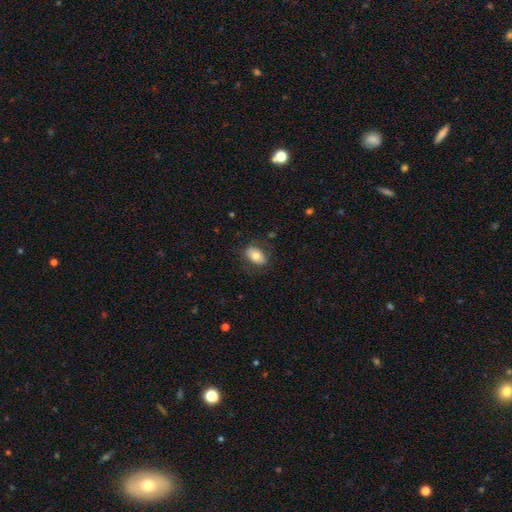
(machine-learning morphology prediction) smooth-or-featured: smooth: 73% | featured or disk: 20% | star or artifact: 7%
  how-rounded: in between: 88% | round: 11% | cigar-shaped: 1%
  merging: none: 80% | minor disturbance: 14% | major disturbance: 5% | merger: 1%